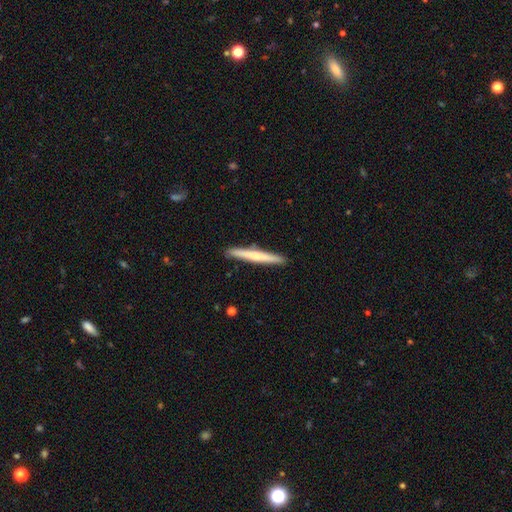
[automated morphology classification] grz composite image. It shows a smooth galaxy with no disk features (54%) that is cigar-shaped (97%). Merging: none (92%).